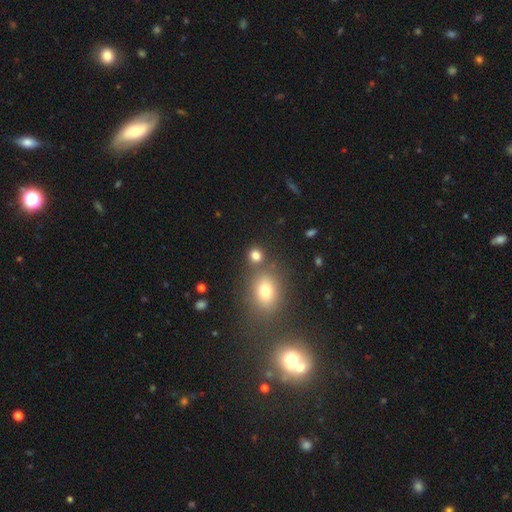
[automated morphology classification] This is likely a smooth galaxy (79%). How rounded: likely round (75%). Merging: likely none (72%).